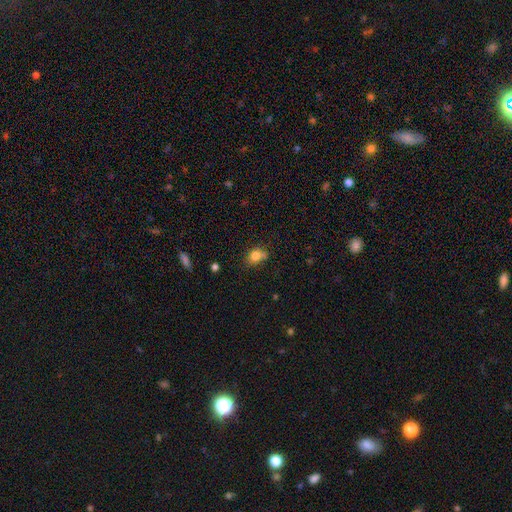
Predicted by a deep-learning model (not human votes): smooth_or_featured: smooth (p=0.80) [alt: star or artifact p=0.12]
how_rounded: in between (p=0.50) [alt: round p=0.49]
merging: none (p=0.54) [alt: minor disturbance p=0.22]